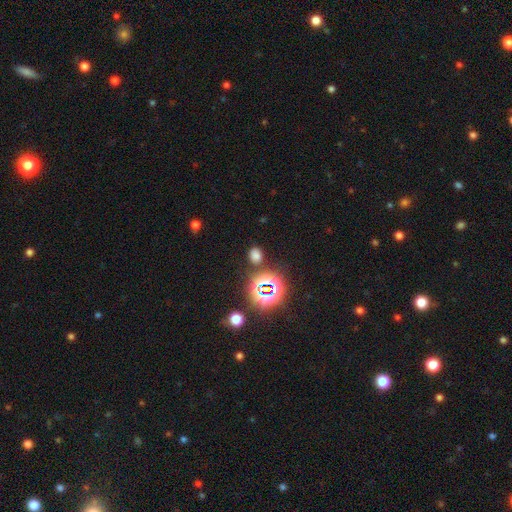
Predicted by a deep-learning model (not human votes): The model was most divided on "how rounded": round: 50%, in between: 49%, cigar-shaped: 1%. More confident: merging — none (82%); smooth or featured — smooth (63%).